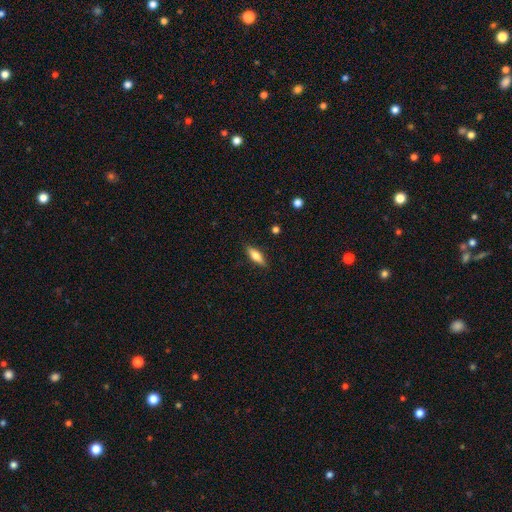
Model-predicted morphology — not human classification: This appears to be a smooth galaxy with no disk features (70%) that is in between round and cigar-shaped (57%). Merging: none (88%).